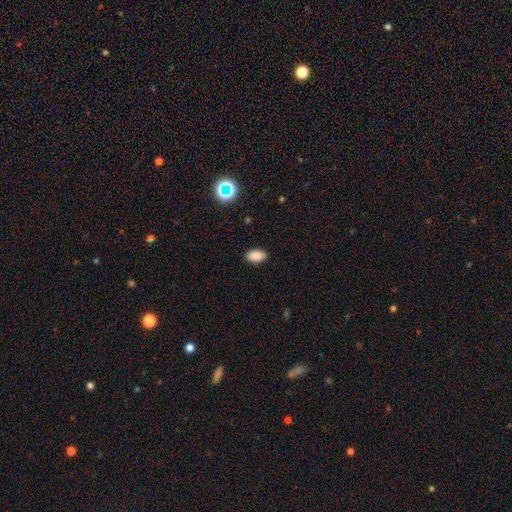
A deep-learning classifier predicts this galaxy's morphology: Smooth or featured: smooth — 86% (star or artifact — 10%)
How rounded: in between — 92% (round — 6%)
Merging: none — 89% (minor disturbance — 8%)